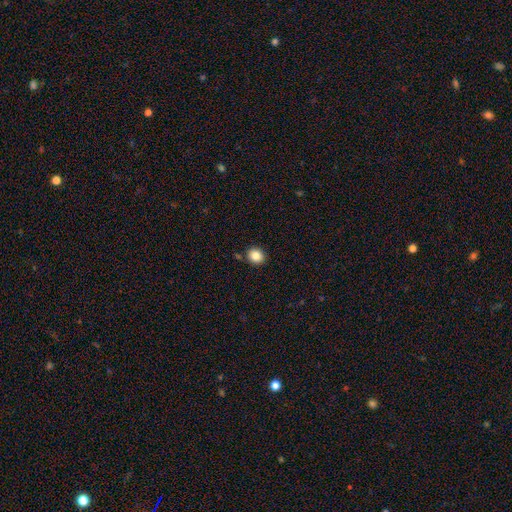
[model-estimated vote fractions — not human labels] A smooth galaxy with no disk features (85%) that is round (74%).

Vote fractions:
- Smooth or featured? smooth: 85% / star or artifact: 10% / featured or disk: 5%
- How rounded? round: 74% / in between: 25% / cigar-shaped: 1%
- Merging? none: 87% / minor disturbance: 8% / merger: 3% / major disturbance: 2%